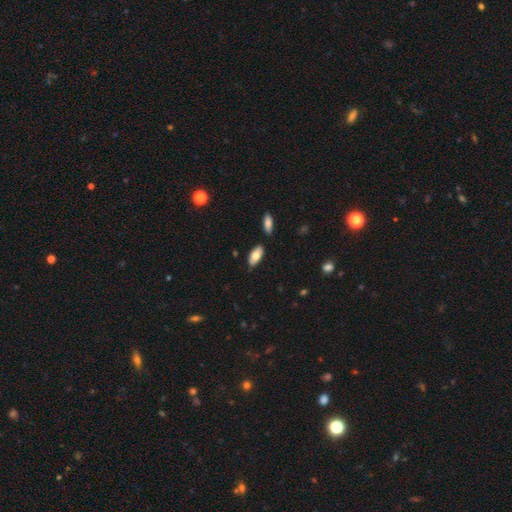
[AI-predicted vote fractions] Q: Smooth or featured?
A: smooth (73%); runner-up: featured or disk (20%)
Q: How rounded?
A: in between (89%); runner-up: cigar-shaped (9%)
Q: Merging?
A: none (82%); runner-up: minor disturbance (12%)